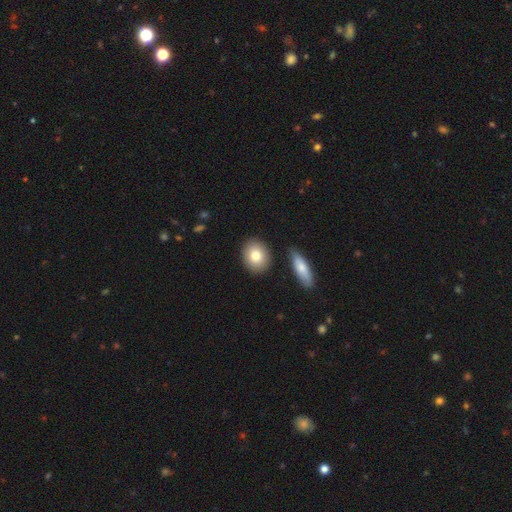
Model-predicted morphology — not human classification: Q: Smooth or featured?
A: smooth (79%); runner-up: featured or disk (13%)
Q: How rounded?
A: round (59%); runner-up: in between (39%)
Q: Merging?
A: none (85%); runner-up: minor disturbance (8%)